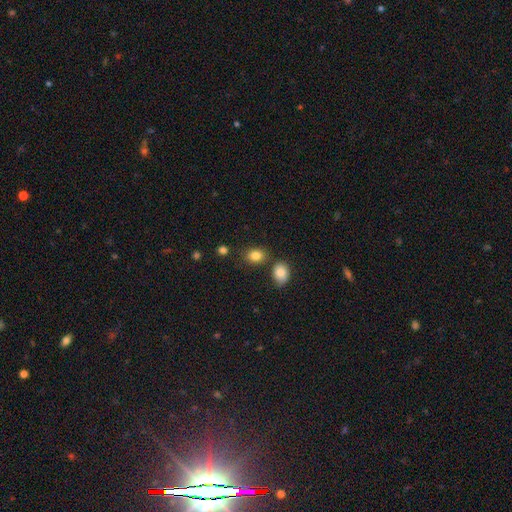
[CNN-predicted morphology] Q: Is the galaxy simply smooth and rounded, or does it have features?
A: smooth — 84%.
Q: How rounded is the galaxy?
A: in between — 62%.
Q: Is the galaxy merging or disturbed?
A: none — 71%.